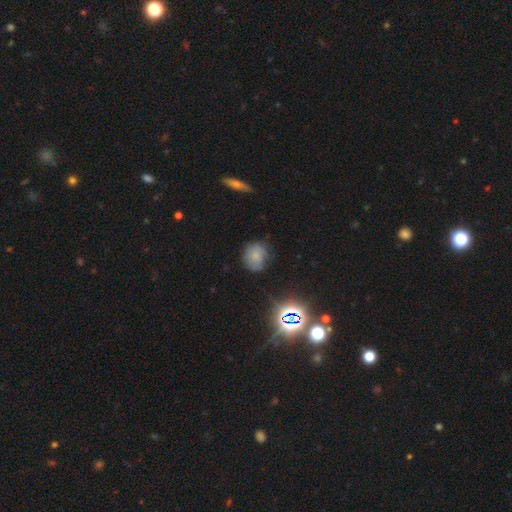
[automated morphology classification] Smooth or featured? Predicted: smooth (p=0.67). How rounded? Predicted: round (p=0.63). Merging? Predicted: none (p=0.63).